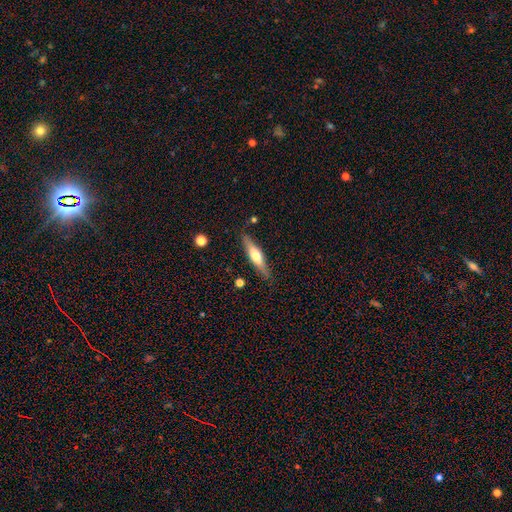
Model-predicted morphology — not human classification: A featured or disk galaxy (48%). Merging: none (85%).